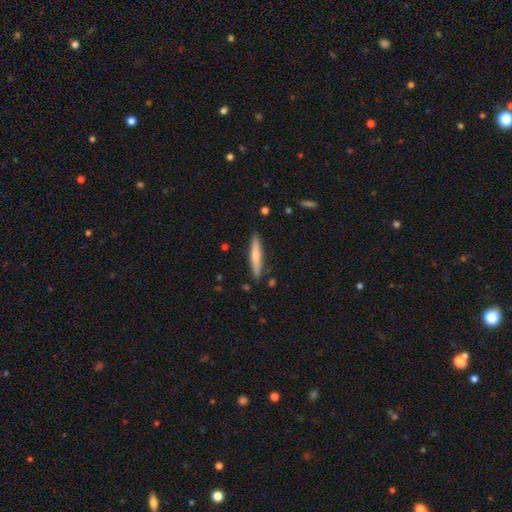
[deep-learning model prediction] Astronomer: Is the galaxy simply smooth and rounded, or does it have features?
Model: smooth — 66%.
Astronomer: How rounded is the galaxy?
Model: cigar-shaped — 90%.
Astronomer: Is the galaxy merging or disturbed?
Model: none — 87%.